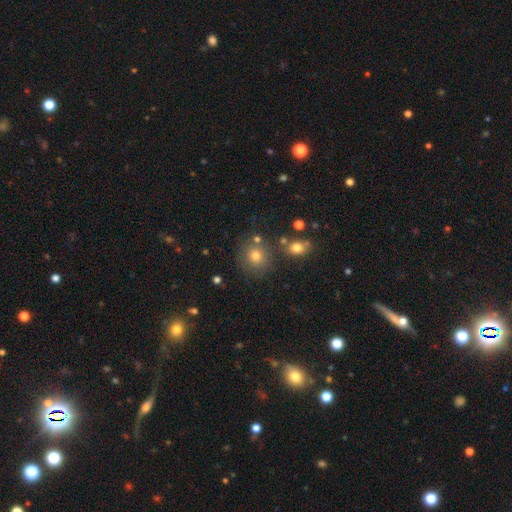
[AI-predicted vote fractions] smooth 75%, star or artifact 14%, featured or disk 11%. Down the decision tree: how rounded — round (83%); merging — none (77%).